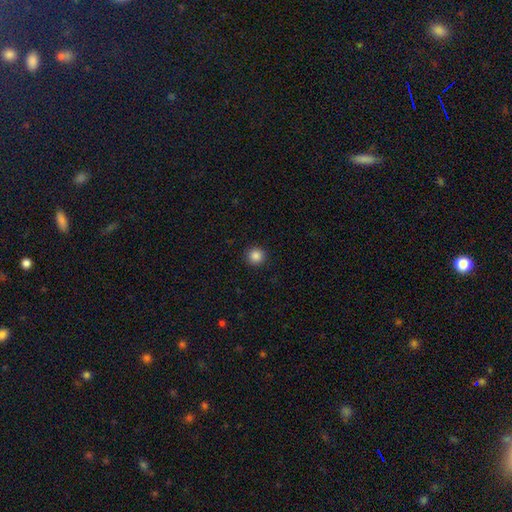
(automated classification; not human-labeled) This is clearly a smooth galaxy (86%). How rounded: clearly round (95%). Merging: clearly none (93%).